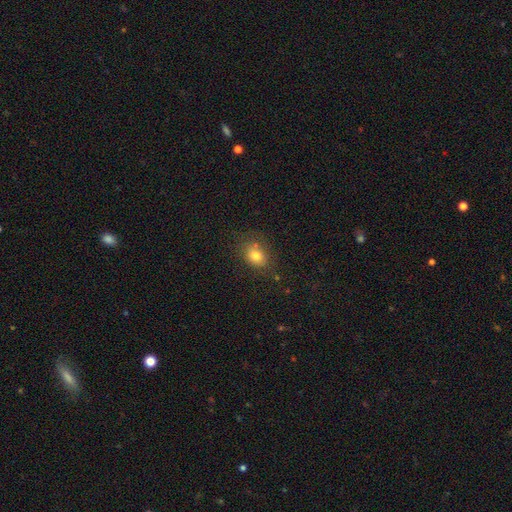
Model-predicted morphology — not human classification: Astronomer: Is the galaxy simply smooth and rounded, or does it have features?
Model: smooth — 79%.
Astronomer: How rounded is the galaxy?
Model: in between — 58% (runner-up: round, 41%).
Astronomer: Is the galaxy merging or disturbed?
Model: none — 72%.